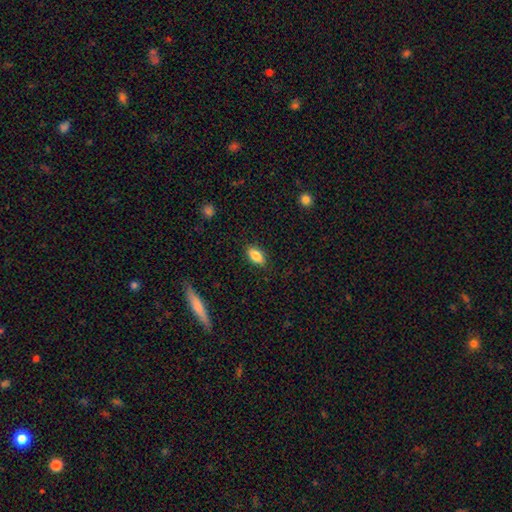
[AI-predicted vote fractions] smooth 83%, featured or disk 9%, star or artifact 8%. Down the decision tree: how rounded — in between (88%); merging — none (86%).